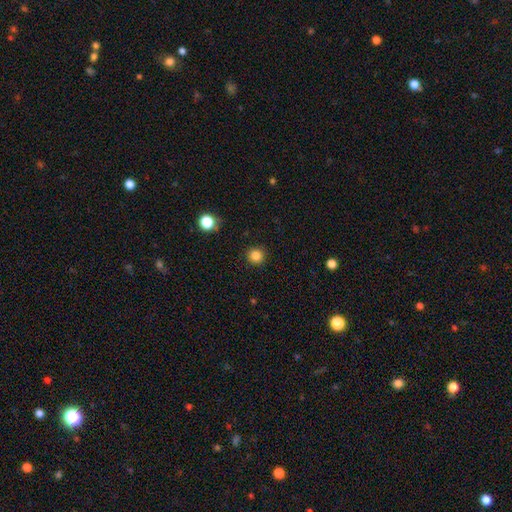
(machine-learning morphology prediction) This is clearly a smooth galaxy (84%). How rounded: clearly round (95%). Merging: clearly none (92%).